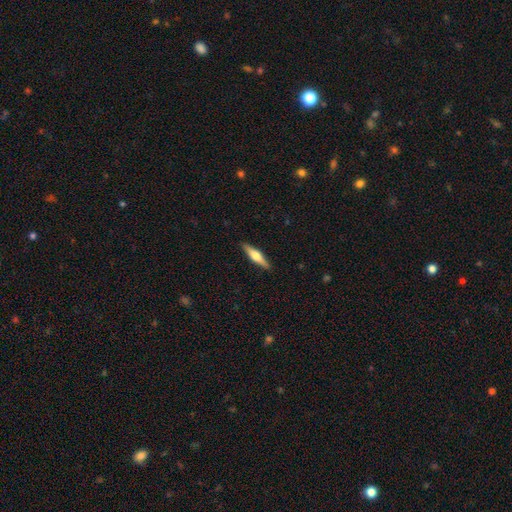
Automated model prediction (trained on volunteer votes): This appears to be a featured or disk galaxy (52%) viewed edge-on (96%) with a rounded central bulge (90%). Merging: none (90%).